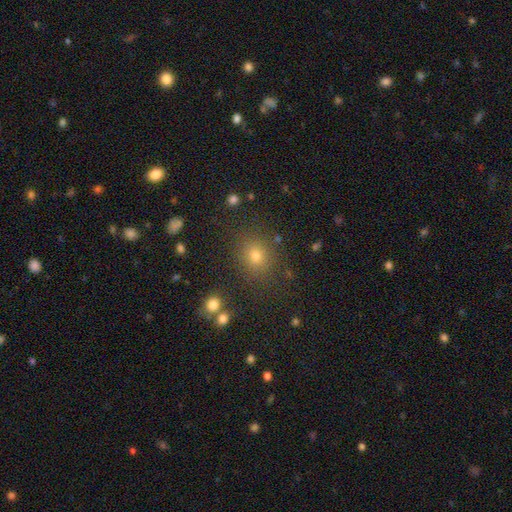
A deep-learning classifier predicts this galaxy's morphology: smooth 72%, star or artifact 19%, featured or disk 8%. Down the decision tree: how rounded — round (77%); merging — none (84%).